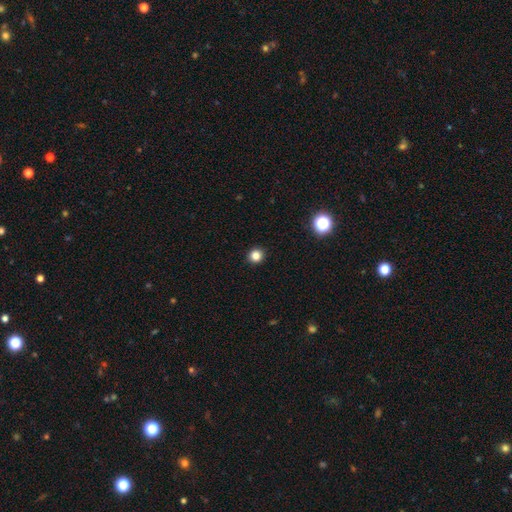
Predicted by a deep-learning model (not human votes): smooth-or-featured: smooth: 83% | star or artifact: 13% | featured or disk: 4%
  how-rounded: round: 92% | in between: 7% | cigar-shaped: 1%
  merging: none: 93% | minor disturbance: 4% | major disturbance: 1% | merger: 1%